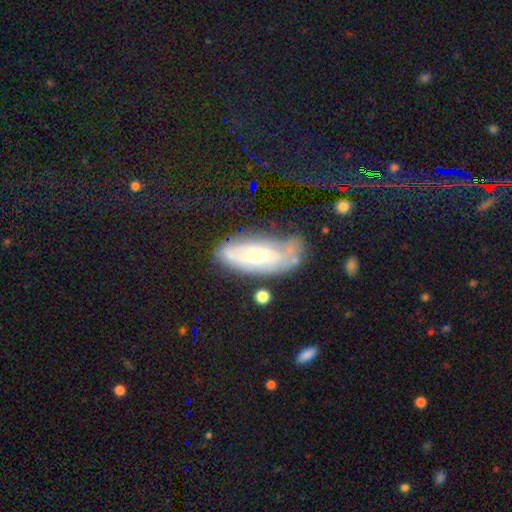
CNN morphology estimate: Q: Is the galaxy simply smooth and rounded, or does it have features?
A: featured or disk — 53%.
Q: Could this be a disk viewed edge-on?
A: no — 82%.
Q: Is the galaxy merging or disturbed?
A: none — 53%.